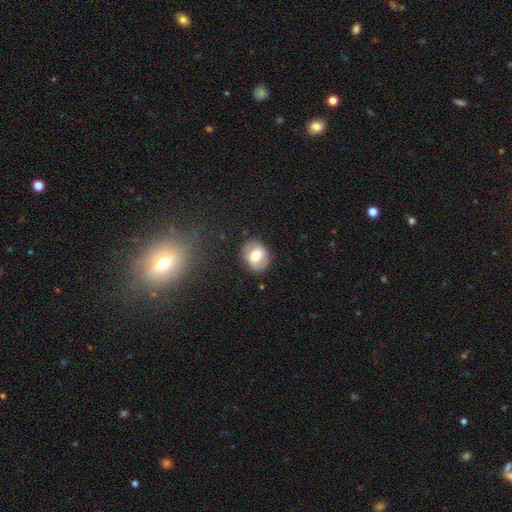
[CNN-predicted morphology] Overall: smooth (61%; featured or disk 31%). How rounded: in between (57%; round 42%). Merging: none (83%).